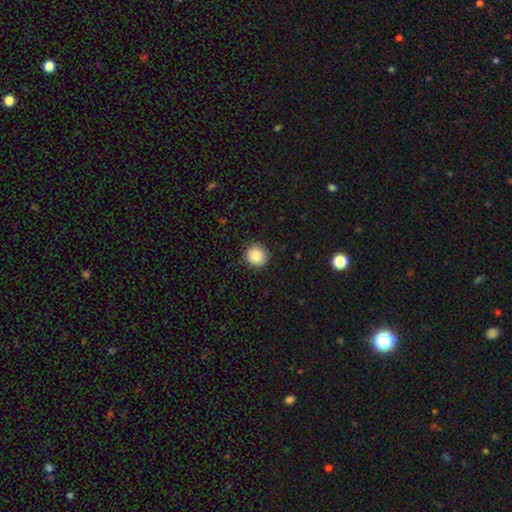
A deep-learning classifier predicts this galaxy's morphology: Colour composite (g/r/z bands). It shows a smooth galaxy with no disk features (87%) that is round (91%). Merging: none (90%).